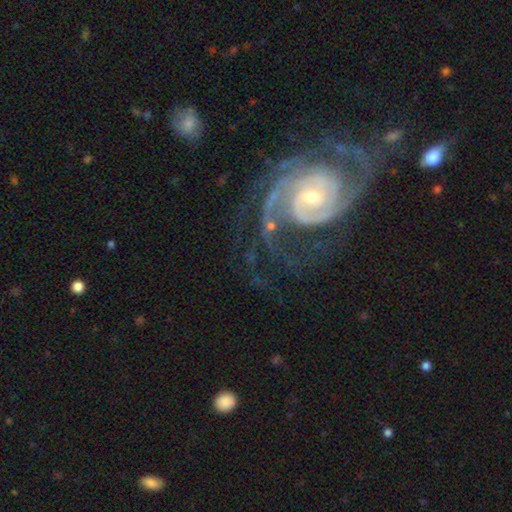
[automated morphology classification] featured or disk 91%, star or artifact 6%, smooth 3%. Down the decision tree: edge-on disk — no (98%); bar — no (56%); spiral arms — yes (98%); spiral arm count — 2 (55%); spiral winding — tight (58%); bulge size — small (57%); merging — none (65%).